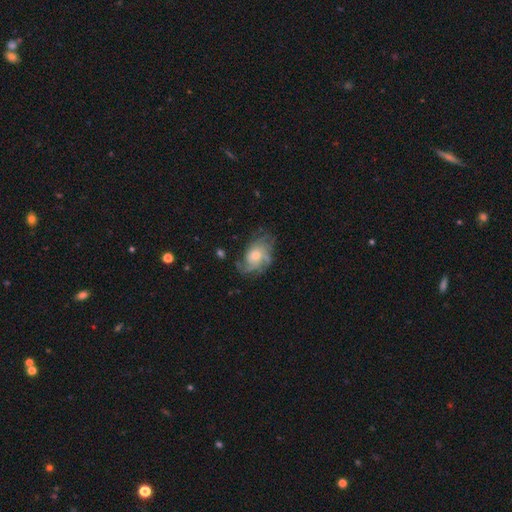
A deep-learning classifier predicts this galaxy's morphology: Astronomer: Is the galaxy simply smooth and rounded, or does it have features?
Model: featured or disk — 73%.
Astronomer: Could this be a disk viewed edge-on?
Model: no — 97%.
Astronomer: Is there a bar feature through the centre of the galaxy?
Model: no — 79%.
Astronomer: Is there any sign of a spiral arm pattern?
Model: yes — 89%.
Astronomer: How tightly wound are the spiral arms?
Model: tight — 39%, tied with medium at 39%.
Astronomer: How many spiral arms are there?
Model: can't tell — 38% (runner-up: 3, 18%).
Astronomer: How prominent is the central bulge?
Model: moderate — 55% (runner-up: small, 32%).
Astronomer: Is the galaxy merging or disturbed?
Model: none — 61%.